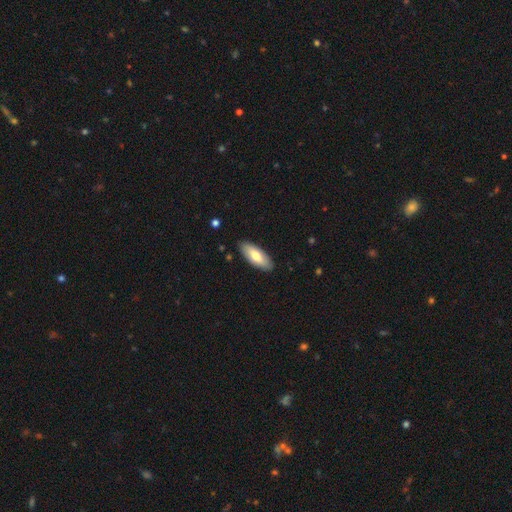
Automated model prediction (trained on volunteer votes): Overall: smooth (73%). How rounded: in between (78%). Merging: none (88%).